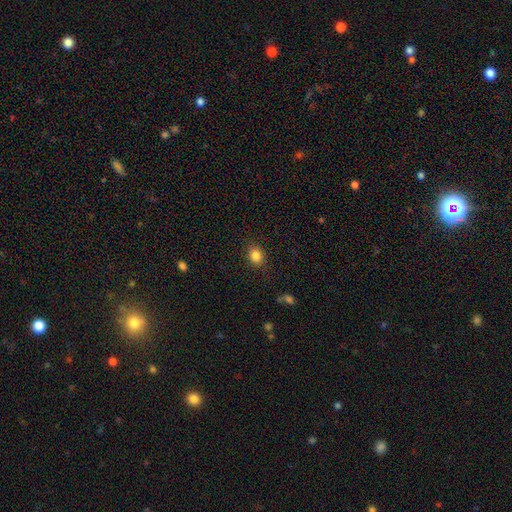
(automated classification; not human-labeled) A smooth galaxy with no disk features (84%) that is round (55%). Merging: none (86%).